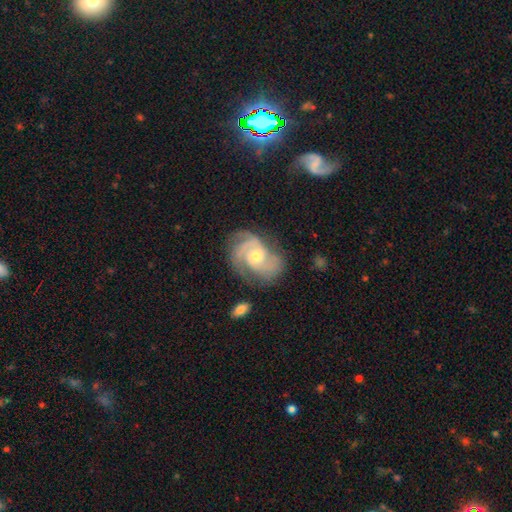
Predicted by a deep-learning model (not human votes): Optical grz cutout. It shows a featured or disk galaxy (87%) with no bar (70%), 3 (49%) tight (46%) spiral arms (97%) and a moderate central bulge (49%). Merging: none (66%).